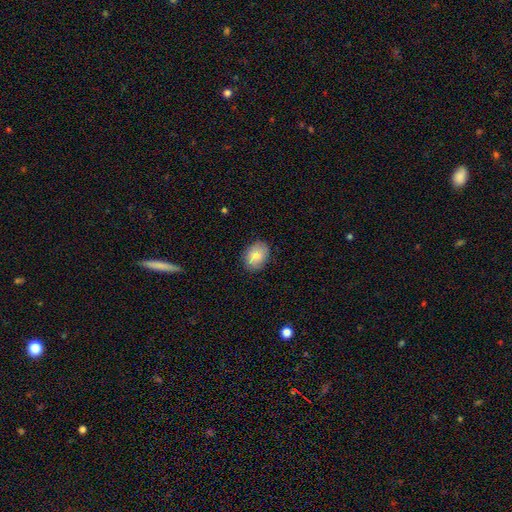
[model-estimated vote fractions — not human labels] Smooth or featured? smooth (82%)
How rounded? in between (66%)
Merging? none (86%)